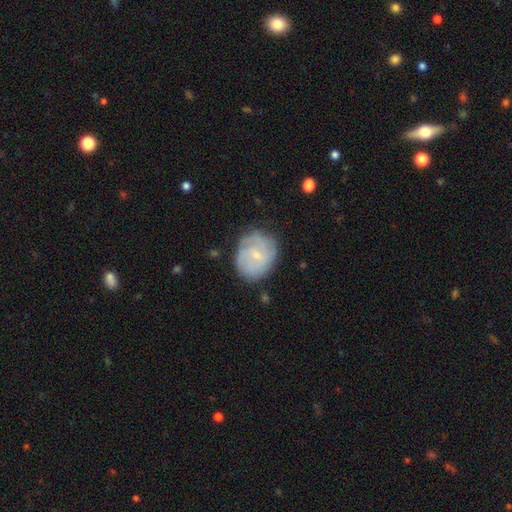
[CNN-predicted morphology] The model was most divided on "bar": no: 53%, weak: 41%, strong: 6%. More confident: edge-on disk — no (97%); spiral arms — yes (77%); bulge size — small (75%); merging — none (69%); smooth or featured — featured or disk (56%).